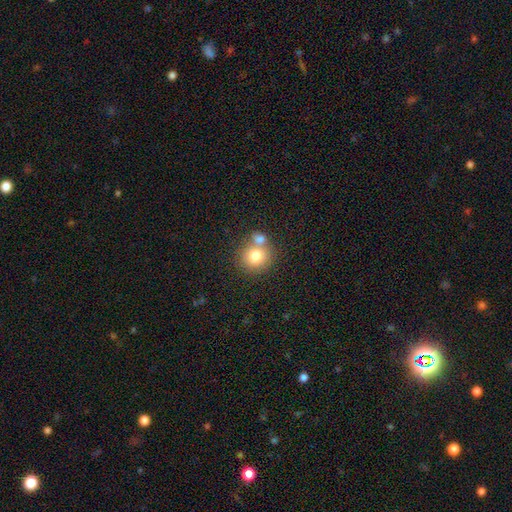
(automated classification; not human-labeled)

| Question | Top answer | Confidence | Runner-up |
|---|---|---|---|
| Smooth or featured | smooth | 78% | featured or disk (12%) |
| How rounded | round | 86% | in between (13%) |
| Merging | none | 51% | merger (37%) |